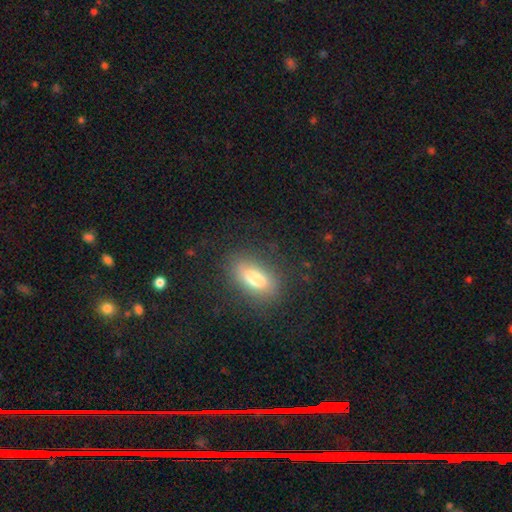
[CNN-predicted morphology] type=smooth (58%); roundness=in between (79%); merging=none (87%).